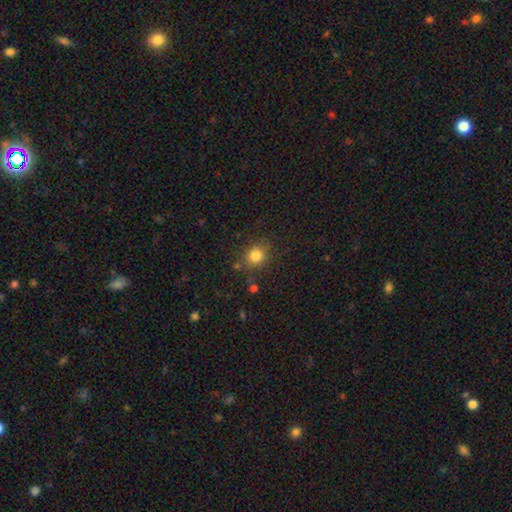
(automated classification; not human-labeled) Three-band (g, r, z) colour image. It shows a smooth galaxy with no disk features (82%) that is round (78%). Merging: none (80%).